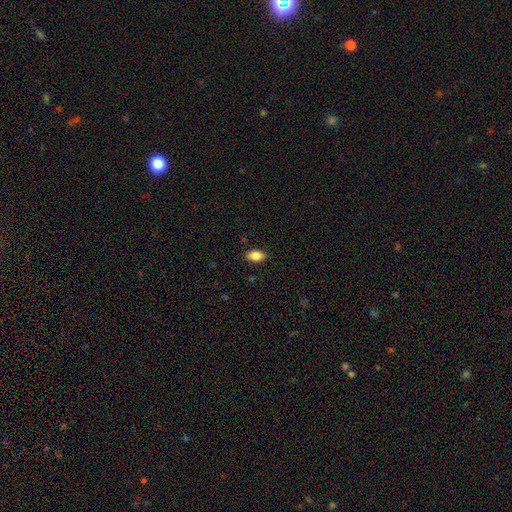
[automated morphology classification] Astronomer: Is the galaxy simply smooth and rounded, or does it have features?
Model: smooth — 84%.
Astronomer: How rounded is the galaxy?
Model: in between — 91%.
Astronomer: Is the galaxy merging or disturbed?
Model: none — 87%.